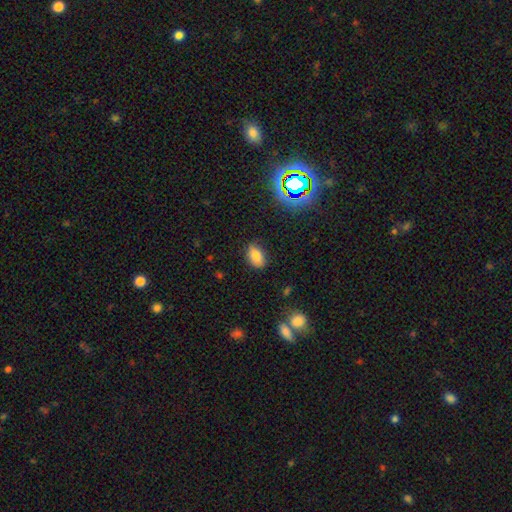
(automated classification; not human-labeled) The model was most divided on "merging": none: 78%, minor disturbance: 17%, major disturbance: 3%, merger: 2%. More confident: how rounded — in between (88%); smooth or featured — smooth (79%).